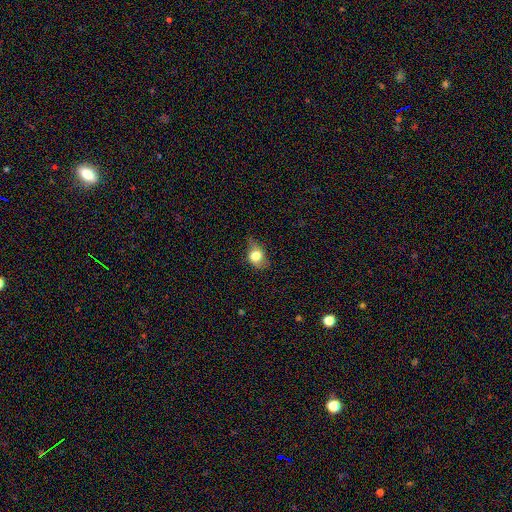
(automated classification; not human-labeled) Morphology: type=smooth (72%); roundness=in between (60%); merging=none (44%).